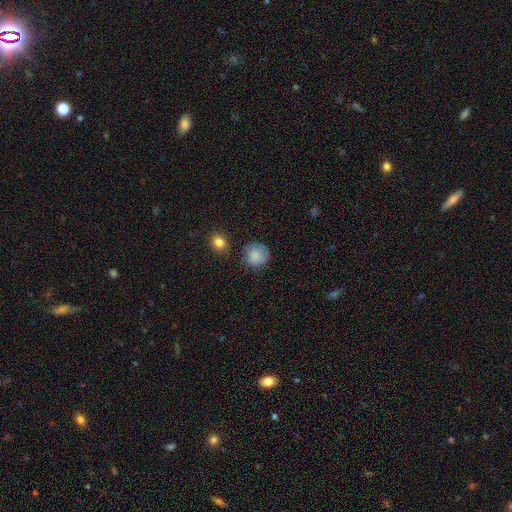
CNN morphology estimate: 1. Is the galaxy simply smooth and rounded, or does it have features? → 83% smooth, 9% featured or disk, 8% star or artifact.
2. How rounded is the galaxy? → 91% round, 8% in between, 1% cigar-shaped.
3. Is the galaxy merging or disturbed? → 75% none, 17% minor disturbance, 5% major disturbance, 3% merger.